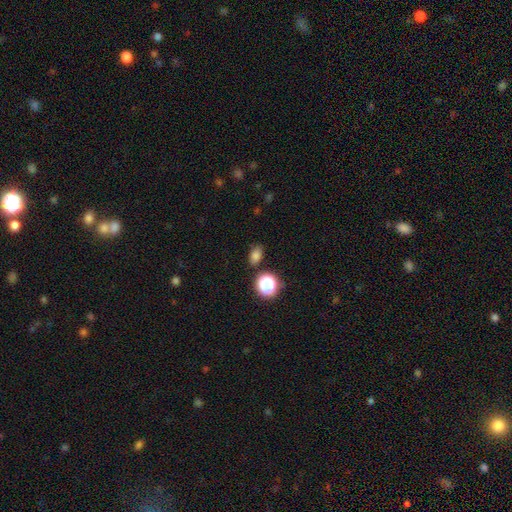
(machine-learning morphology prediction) A smooth galaxy with no disk features (76%) that is in between round and cigar-shaped (73%).

Vote fractions:
- Smooth or featured? smooth: 76% / star or artifact: 18% / featured or disk: 5%
- How rounded? in between: 73% / round: 26% / cigar-shaped: 2%
- Merging? none: 80% / minor disturbance: 12% / merger: 4% / major disturbance: 3%